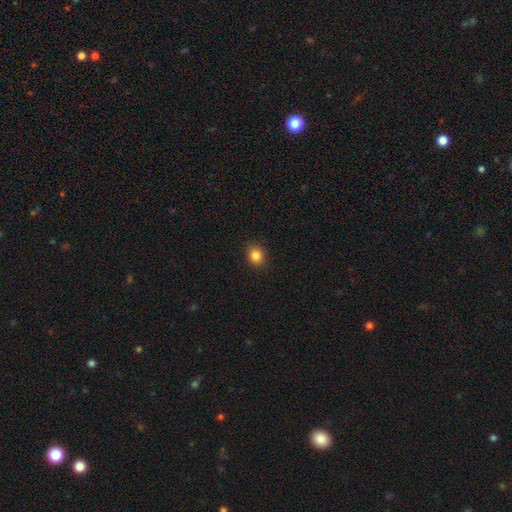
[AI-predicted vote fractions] Overall: smooth (85%). How rounded: round (73%). Merging: none (89%).